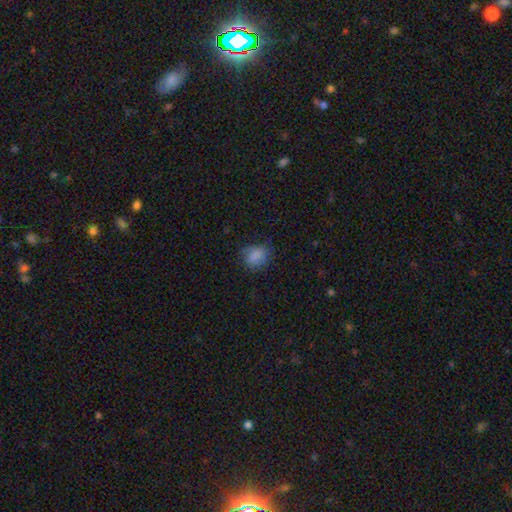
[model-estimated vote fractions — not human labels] A smooth galaxy with no disk features (81%) that is in between round and cigar-shaped (51%). Merging: none (66%).